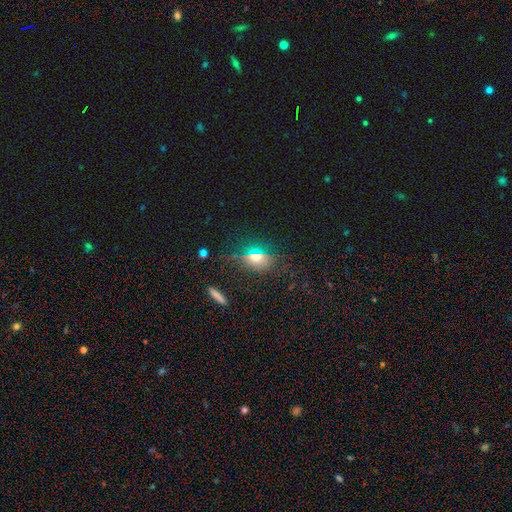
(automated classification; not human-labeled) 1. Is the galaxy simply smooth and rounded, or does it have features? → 57% smooth, 29% star or artifact, 14% featured or disk.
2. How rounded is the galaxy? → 53% in between, 41% round, 6% cigar-shaped.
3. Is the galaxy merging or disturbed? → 79% none, 12% minor disturbance, 5% major disturbance, 3% merger.